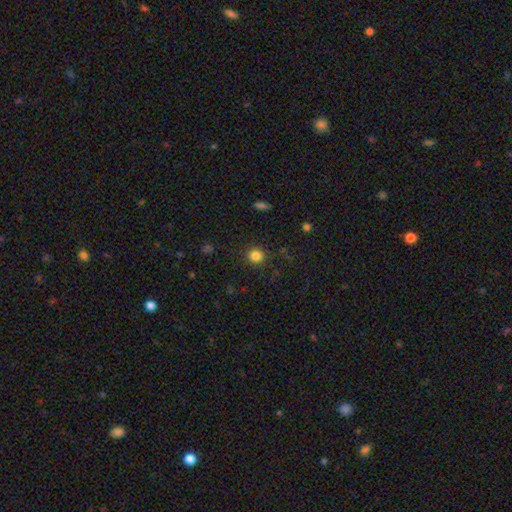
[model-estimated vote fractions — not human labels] A smooth galaxy with no disk features (83%) that is round (92%).

Vote fractions:
- Smooth or featured? smooth: 83% / star or artifact: 13% / featured or disk: 5%
- How rounded? round: 92% / in between: 7% / cigar-shaped: 1%
- Merging? none: 90% / minor disturbance: 7% / major disturbance: 3% / merger: 1%